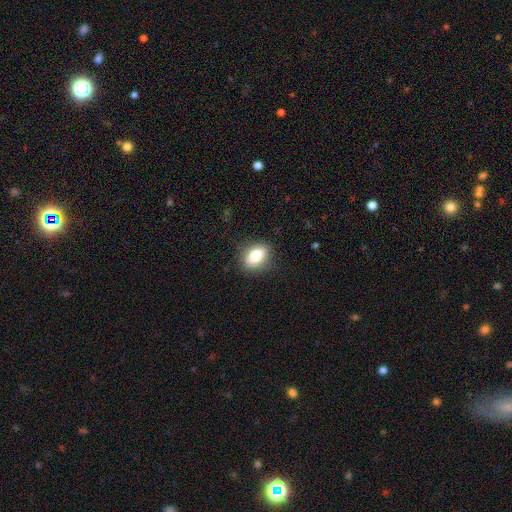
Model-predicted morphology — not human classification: This is clearly a smooth galaxy (80%). How rounded: likely in between (78%). Merging: clearly none (83%).